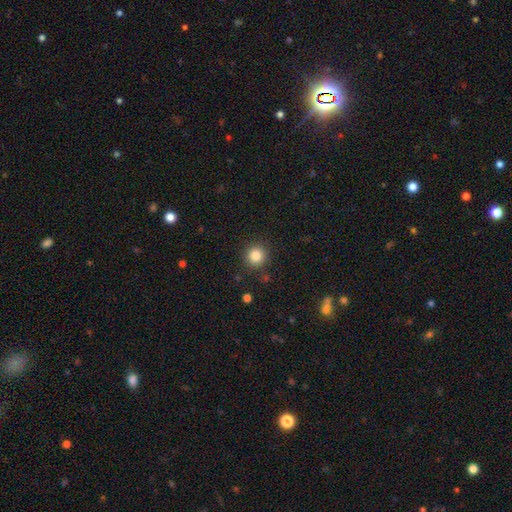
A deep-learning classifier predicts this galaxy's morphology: smooth_or_featured: smooth (p=0.84) [alt: star or artifact p=0.11]
how_rounded: round (p=0.93) [alt: in between p=0.06]
merging: none (p=0.88) [alt: minor disturbance p=0.07]